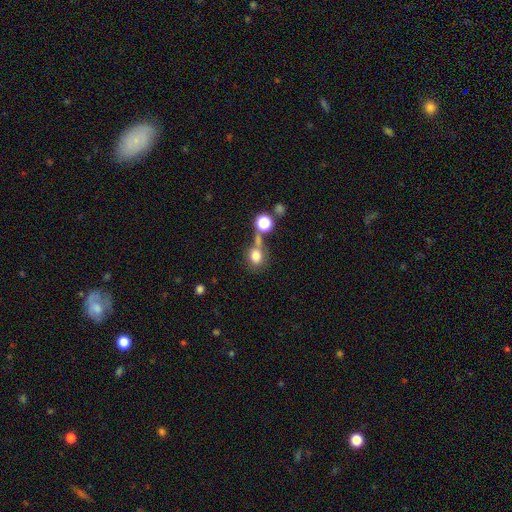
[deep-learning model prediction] Smooth or featured? Predicted: smooth (p=0.77). How rounded? Predicted: round (p=0.66). Merging? Predicted: none (p=0.51).